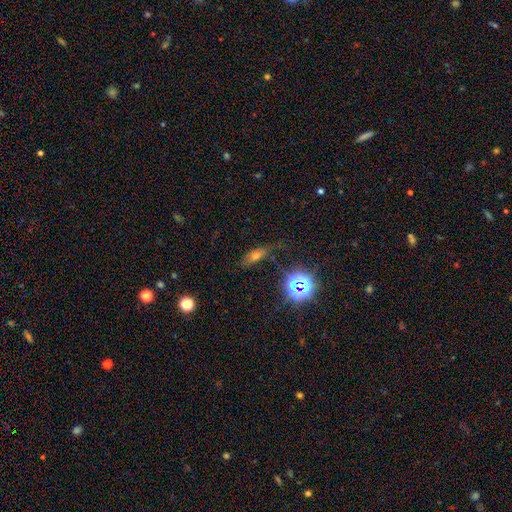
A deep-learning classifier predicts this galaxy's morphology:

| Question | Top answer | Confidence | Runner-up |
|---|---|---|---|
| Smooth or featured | smooth | 45% | star or artifact (30%) |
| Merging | none | 68% | minor disturbance (20%) |